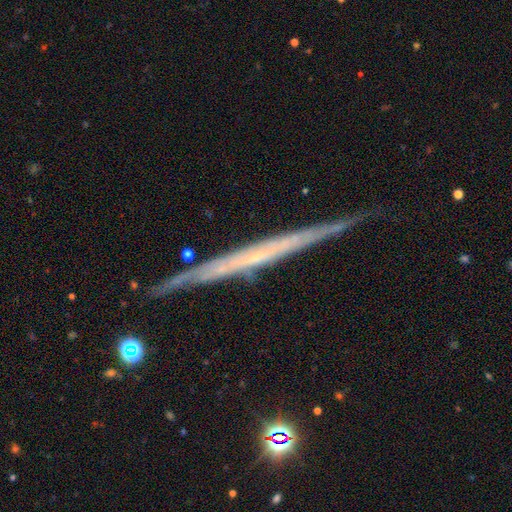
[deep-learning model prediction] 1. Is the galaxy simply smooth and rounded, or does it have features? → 74% featured or disk, 19% smooth, 7% star or artifact.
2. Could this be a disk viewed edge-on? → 97% yes, 3% no.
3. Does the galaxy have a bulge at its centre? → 82% none, 13% rounded, 5% boxy.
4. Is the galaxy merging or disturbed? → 85% none, 12% minor disturbance, 2% major disturbance, 2% merger.